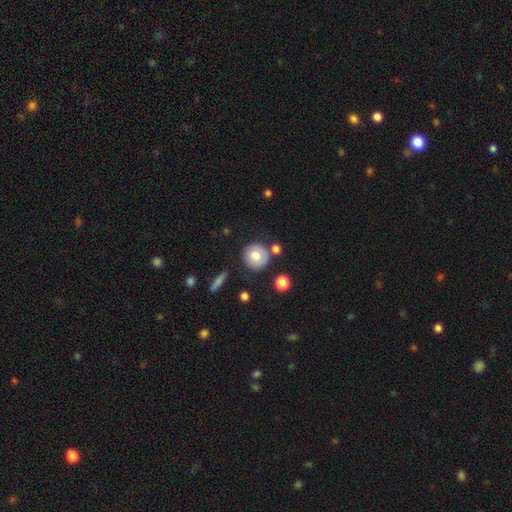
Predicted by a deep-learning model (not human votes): smooth-or-featured: smooth: 74% | featured or disk: 18% | star or artifact: 8%
  how-rounded: round: 92% | in between: 7% | cigar-shaped: 1%
  merging: none: 76% | minor disturbance: 12% | merger: 8% | major disturbance: 4%